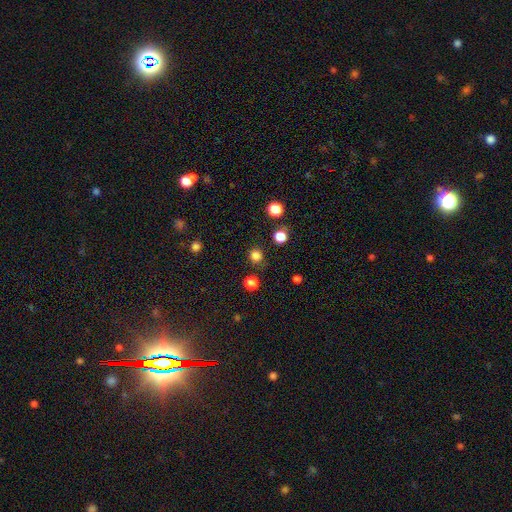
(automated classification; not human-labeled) A smooth galaxy with no disk features (81%) that is round (93%). Merging: none (87%).